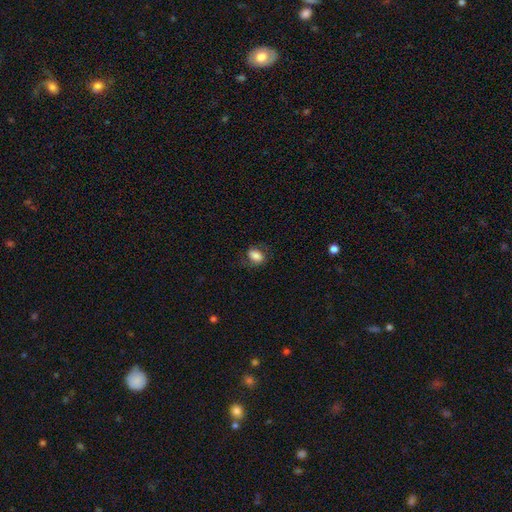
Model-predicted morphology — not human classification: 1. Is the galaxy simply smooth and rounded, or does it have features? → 78% smooth, 14% featured or disk, 8% star or artifact.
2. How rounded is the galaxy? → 79% in between, 20% round, 2% cigar-shaped.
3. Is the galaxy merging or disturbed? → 72% none, 18% minor disturbance, 9% major disturbance, 1% merger.